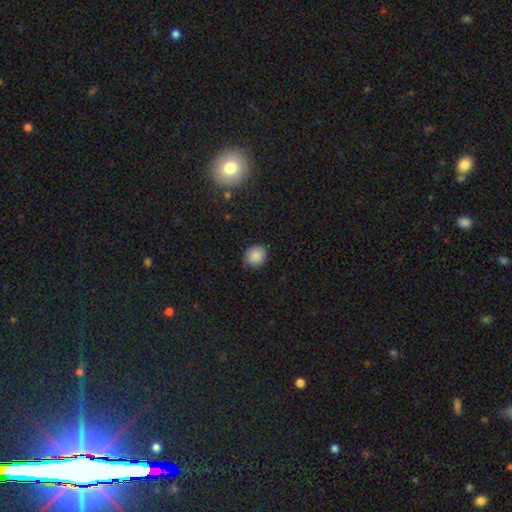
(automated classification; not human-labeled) A smooth galaxy with no disk features (87%) that is round (84%).

Vote fractions:
- Smooth or featured? smooth: 87% / star or artifact: 9% / featured or disk: 4%
- How rounded? round: 84% / in between: 15% / cigar-shaped: 1%
- Merging? none: 84% / minor disturbance: 12% / major disturbance: 2% / merger: 1%